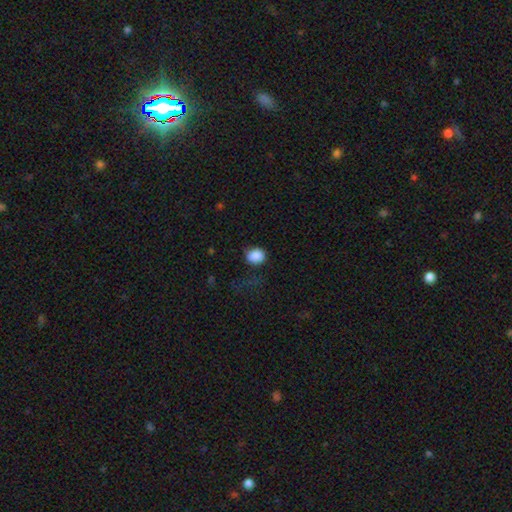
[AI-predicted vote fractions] smooth 87%, star or artifact 9%, featured or disk 4%. Down the decision tree: how rounded — round (64%); merging — none (67%).